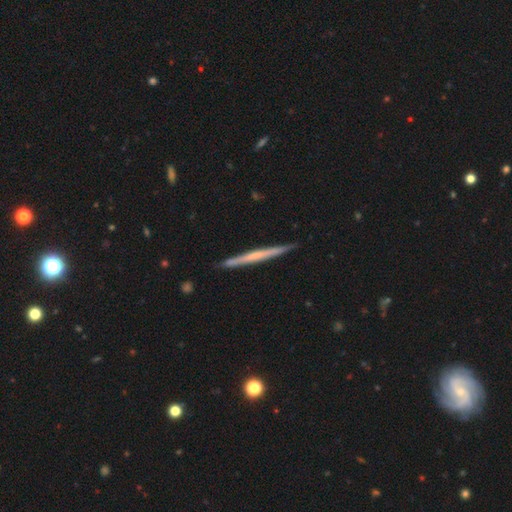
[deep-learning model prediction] A featured or disk galaxy (56%) viewed edge-on (98%) with no central bulge (78%).

Vote fractions:
- Smooth or featured? featured or disk: 56% / smooth: 39% / star or artifact: 5%
- Edge-on disk? yes: 98% / no: 2%
- Edge-on bulge? none: 78% / rounded: 15% / boxy: 7%
- Merging? none: 90% / minor disturbance: 8% / merger: 1% / major disturbance: 1%